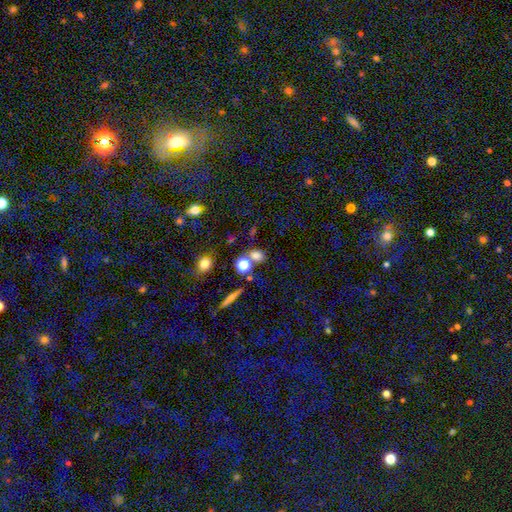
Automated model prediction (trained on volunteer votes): A smooth galaxy with no disk features (73%) that is round (55%).

Vote fractions:
- Smooth or featured? smooth: 73% / star or artifact: 18% / featured or disk: 9%
- How rounded? round: 55% / in between: 42% / cigar-shaped: 3%
- Merging? none: 60% / merger: 24% / minor disturbance: 11% / major disturbance: 5%